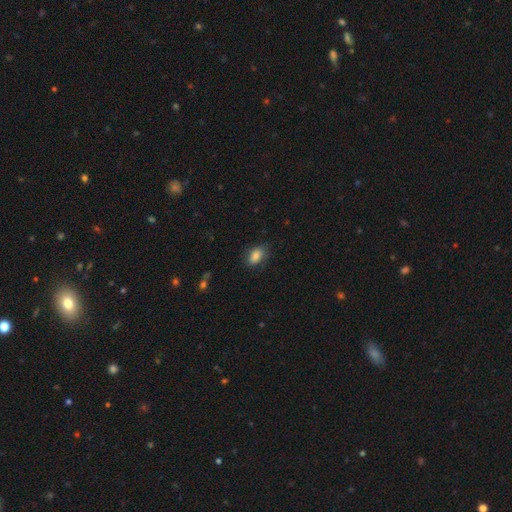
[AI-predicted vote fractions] Smooth or featured: smooth — 81% (featured or disk — 10%)
How rounded: in between — 87% (round — 11%)
Merging: none — 74% (minor disturbance — 19%)